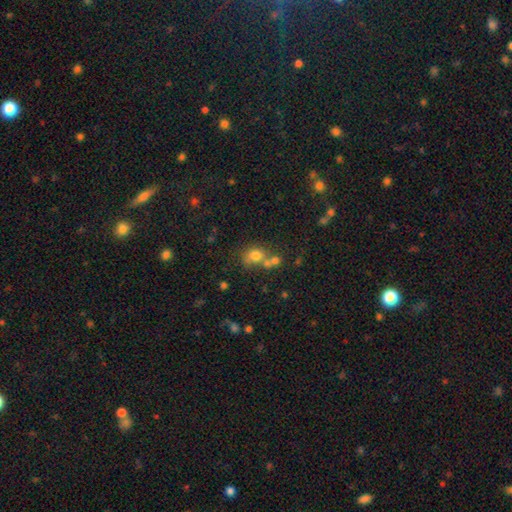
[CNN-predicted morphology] smooth_or_featured: smooth (p=0.72) [alt: star or artifact p=0.15]
how_rounded: round (p=0.65) [alt: in between p=0.34]
merging: merger (p=0.43) [alt: none p=0.39]